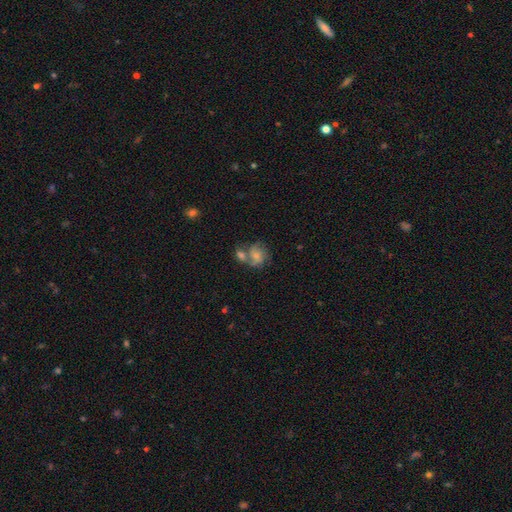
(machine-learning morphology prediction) featured or disk 52%, smooth 39%, star or artifact 9%. Down the decision tree: edge-on disk — no (98%); bar — no (74%); spiral arms — yes (80%); bulge size — small (48%); merging — merger (45%).